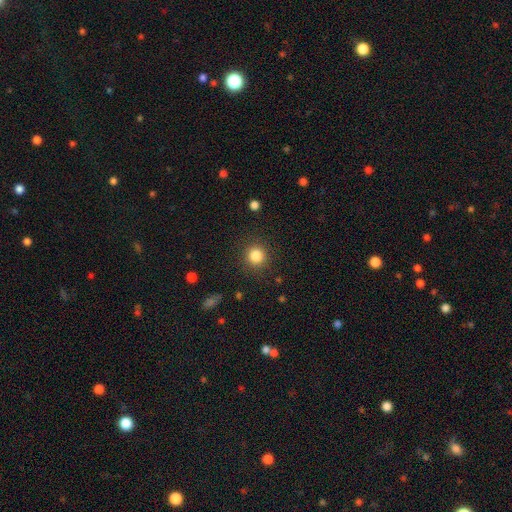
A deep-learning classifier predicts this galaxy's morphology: Smooth or featured? smooth (84%)
How rounded? round (92%)
Merging? none (89%)